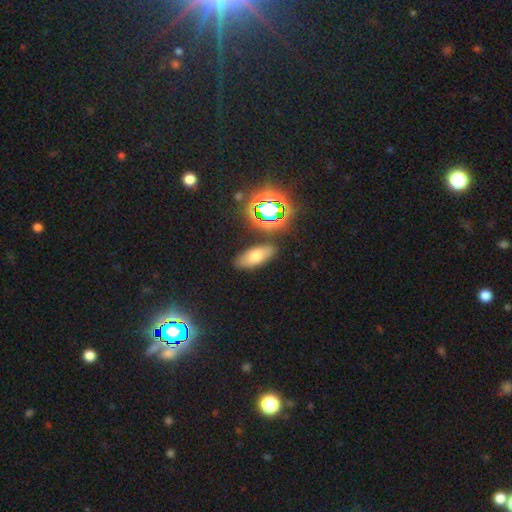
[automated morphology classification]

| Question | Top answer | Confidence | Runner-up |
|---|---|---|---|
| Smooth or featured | smooth | 61% | star or artifact (20%) |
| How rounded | in between | 79% | cigar-shaped (15%) |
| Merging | none | 84% | minor disturbance (10%) |